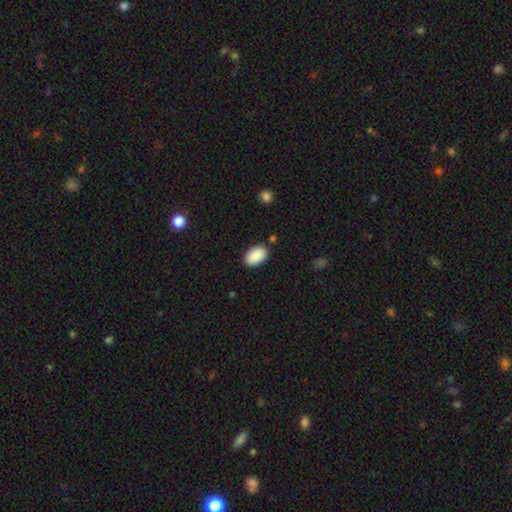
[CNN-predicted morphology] This appears to be a smooth galaxy with no disk features (91%) that is in between round and cigar-shaped (93%). Merging: none (87%).